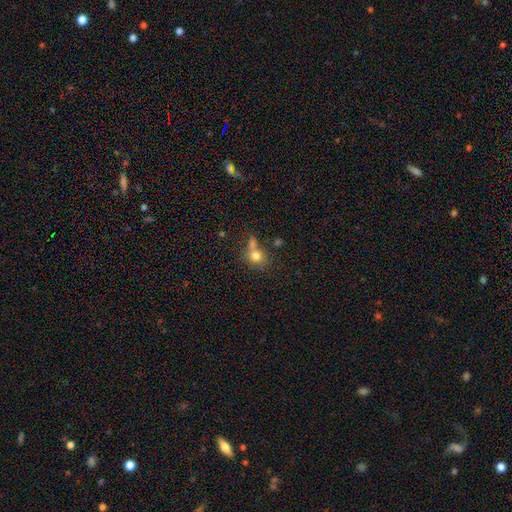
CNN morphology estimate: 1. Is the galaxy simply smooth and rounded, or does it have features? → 76% smooth, 12% star or artifact, 12% featured or disk.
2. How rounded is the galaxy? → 75% round, 23% in between, 1% cigar-shaped.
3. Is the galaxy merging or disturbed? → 48% none, 30% merger, 15% minor disturbance, 8% major disturbance.